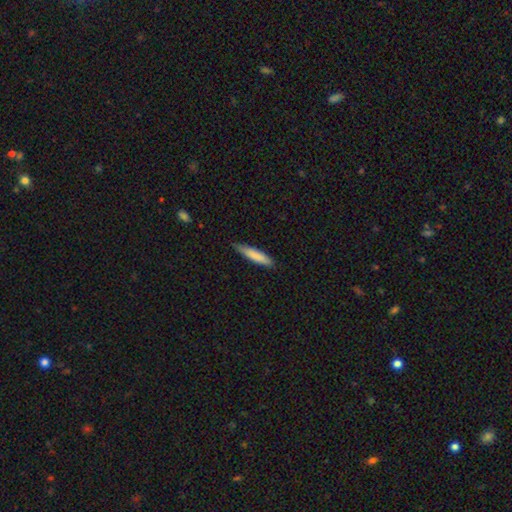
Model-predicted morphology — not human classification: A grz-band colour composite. It shows a smooth galaxy with no disk features (80%) that is cigar-shaped (86%). Merging: none (81%).